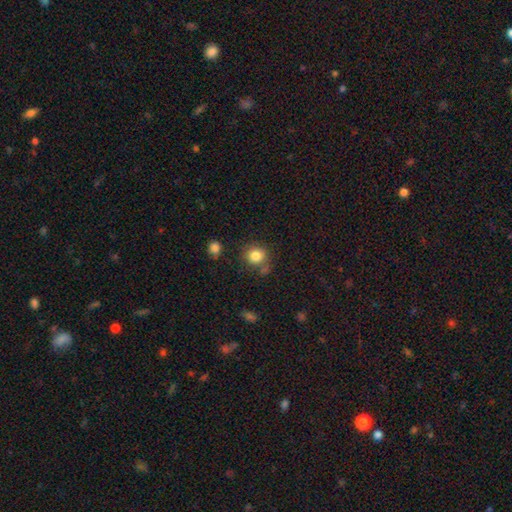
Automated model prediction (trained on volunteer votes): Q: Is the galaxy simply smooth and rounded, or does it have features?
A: smooth — 83%.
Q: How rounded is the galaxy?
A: round — 88%.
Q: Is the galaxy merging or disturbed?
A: none — 74%.